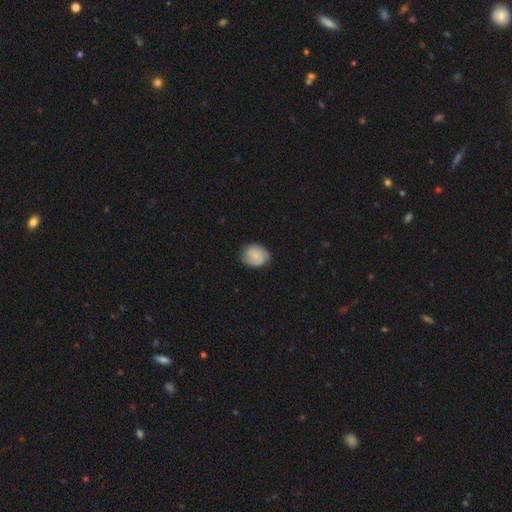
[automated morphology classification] Smooth or featured: smooth — 72% (featured or disk — 20%)
How rounded: round — 60% (in between — 39%)
Merging: none — 76% (minor disturbance — 19%)